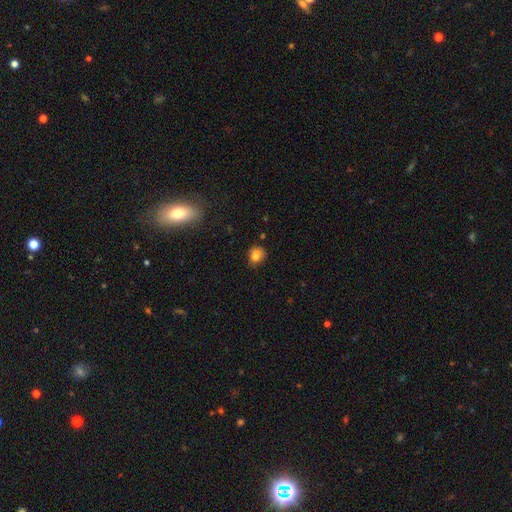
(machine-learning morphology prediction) Smooth or featured: smooth — 79% (star or artifact — 12%)
How rounded: round — 69% (in between — 30%)
Merging: none — 70% (minor disturbance — 23%)